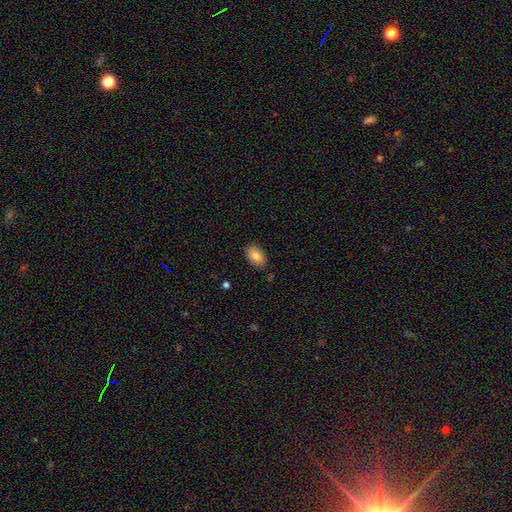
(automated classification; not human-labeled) Q: Smooth or featured?
A: smooth (82%); runner-up: featured or disk (11%)
Q: How rounded?
A: in between (92%); runner-up: round (7%)
Q: Merging?
A: none (85%); runner-up: minor disturbance (11%)